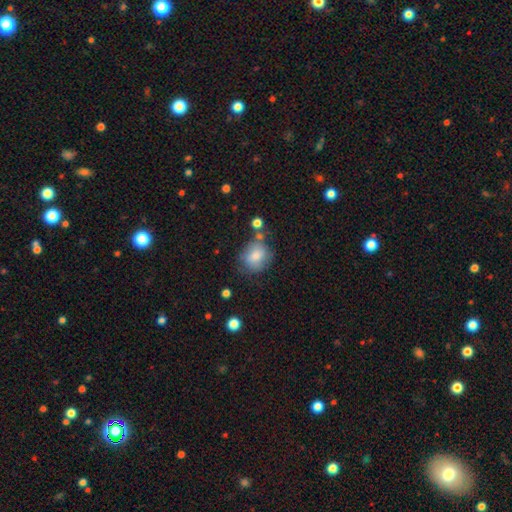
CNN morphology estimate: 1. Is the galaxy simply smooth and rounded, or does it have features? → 77% smooth, 14% featured or disk, 9% star or artifact.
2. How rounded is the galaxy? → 66% round, 33% in between, 1% cigar-shaped.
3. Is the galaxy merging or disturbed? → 60% none, 22% minor disturbance, 9% merger, 9% major disturbance.